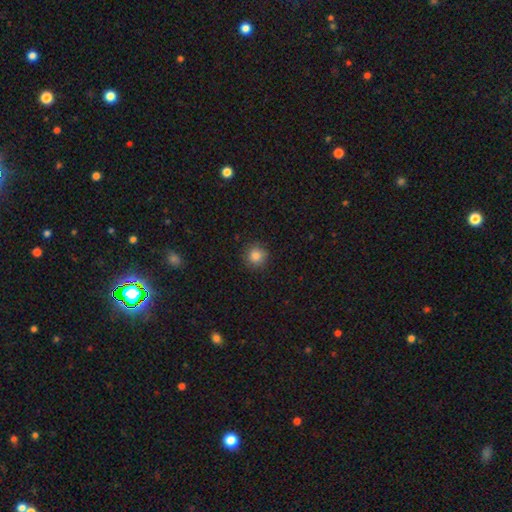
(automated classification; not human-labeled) smooth 84%, star or artifact 11%, featured or disk 5%. Down the decision tree: how rounded — round (94%); merging — none (89%).